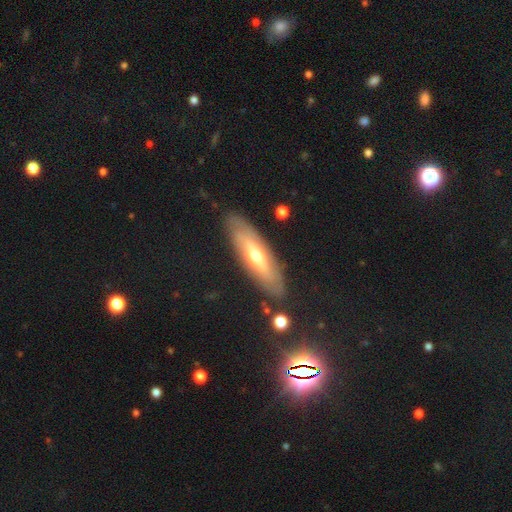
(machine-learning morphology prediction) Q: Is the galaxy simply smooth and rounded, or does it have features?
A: featured or disk — 62%.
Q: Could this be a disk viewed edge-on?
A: no — 59%.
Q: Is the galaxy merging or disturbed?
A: none — 82%.